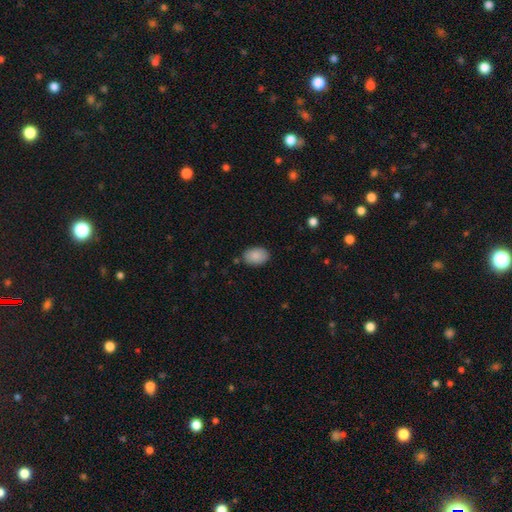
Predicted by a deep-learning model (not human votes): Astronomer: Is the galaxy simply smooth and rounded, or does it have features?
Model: smooth — 89%.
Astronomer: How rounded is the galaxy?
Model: in between — 85%.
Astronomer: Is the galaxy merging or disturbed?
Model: none — 83%.